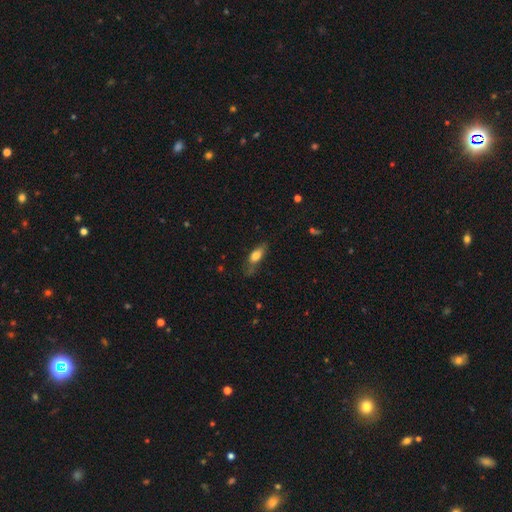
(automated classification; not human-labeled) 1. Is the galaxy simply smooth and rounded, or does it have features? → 74% smooth, 19% featured or disk, 8% star or artifact.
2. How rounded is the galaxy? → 72% in between, 25% cigar-shaped, 4% round.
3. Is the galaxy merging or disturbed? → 58% none, 29% minor disturbance, 11% major disturbance, 3% merger.